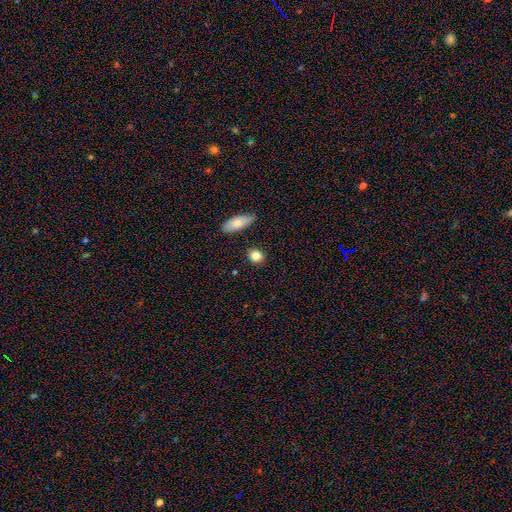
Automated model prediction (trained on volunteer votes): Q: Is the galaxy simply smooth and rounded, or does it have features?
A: smooth — 83%.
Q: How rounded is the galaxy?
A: round — 63%.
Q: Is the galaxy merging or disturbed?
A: none — 86%.